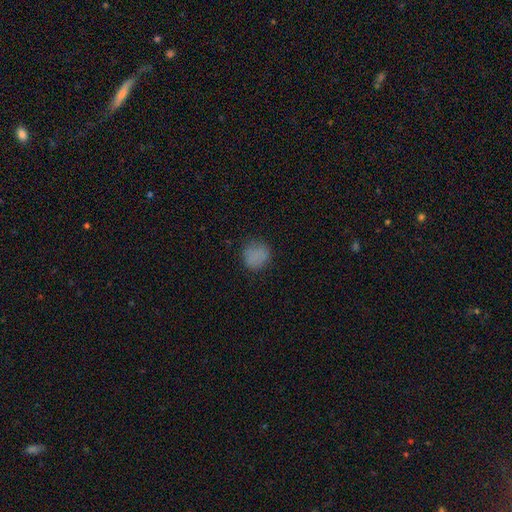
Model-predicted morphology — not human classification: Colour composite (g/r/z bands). It shows a smooth galaxy with no disk features (81%) that is round (85%). Merging: none (76%).